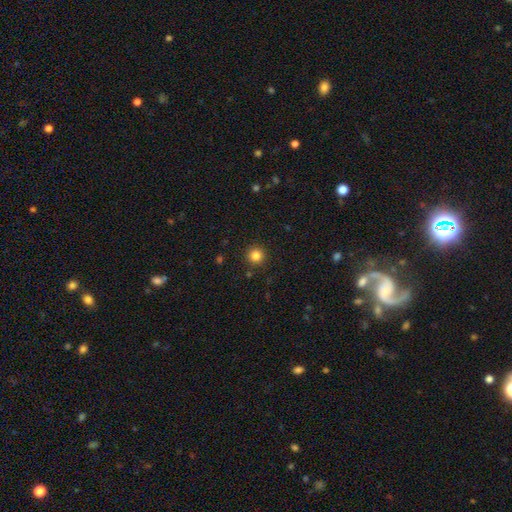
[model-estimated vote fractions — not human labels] smooth-or-featured: smooth: 83% | star or artifact: 12% | featured or disk: 4%
  how-rounded: round: 95% | in between: 4% | cigar-shaped: 1%
  merging: none: 91% | minor disturbance: 5% | major disturbance: 2% | merger: 2%